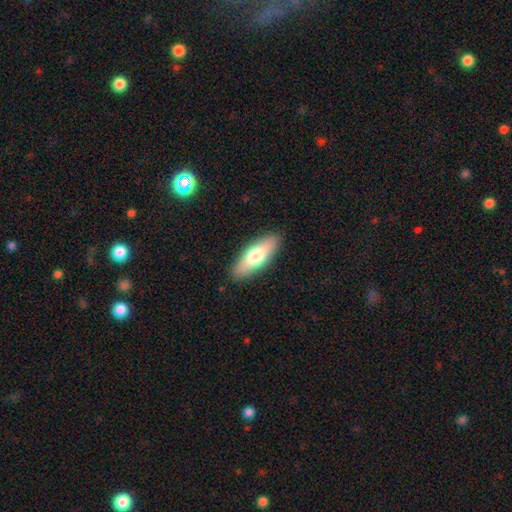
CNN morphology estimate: This appears to be a smooth galaxy with no disk features (69%) that is in between round and cigar-shaped (61%). Merging: none (88%).